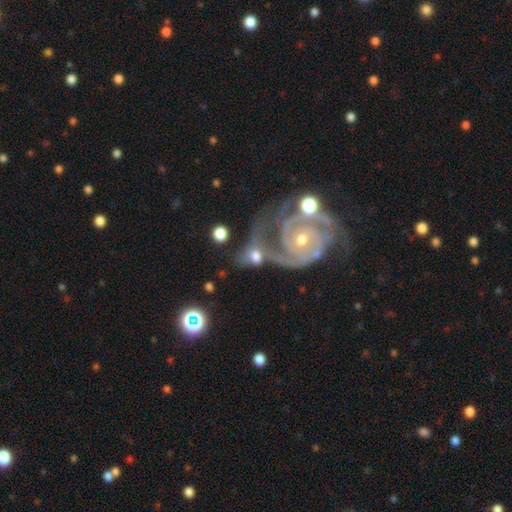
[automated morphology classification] Smooth or featured? Predicted: featured or disk (p=0.61). Edge-on disk? Predicted: no (p=0.96). Bar? Predicted: no (p=0.66). Spiral arms? Predicted: yes (p=0.85). Spiral winding? Predicted: tight (p=0.48). Spiral arm count? Predicted: 2 (p=0.55). Bulge size? Predicted: moderate (p=0.53). Merging? Predicted: merger (p=0.46).